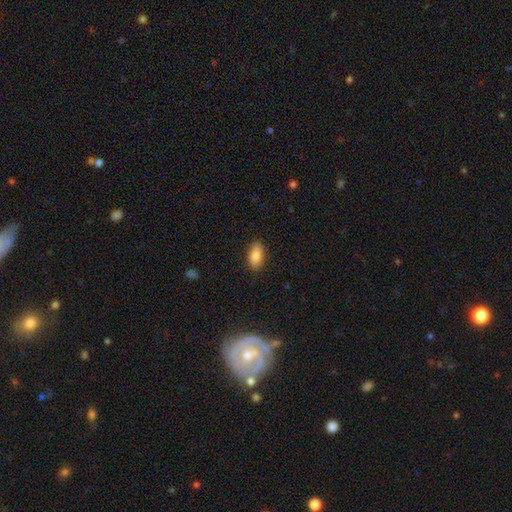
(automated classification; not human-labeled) This appears to be a smooth galaxy with no disk features (87%) that is in between round and cigar-shaped (92%). Merging: none (87%).